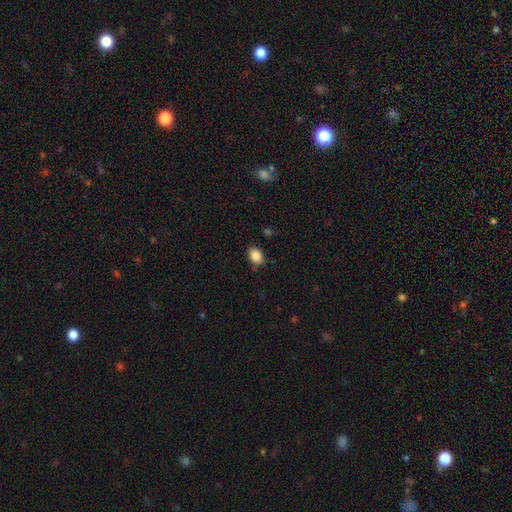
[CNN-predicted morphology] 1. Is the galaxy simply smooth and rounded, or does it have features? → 87% smooth, 9% star or artifact, 4% featured or disk.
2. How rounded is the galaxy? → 64% in between, 35% round, 1% cigar-shaped.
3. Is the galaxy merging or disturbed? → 83% none, 13% minor disturbance, 3% major disturbance, 2% merger.